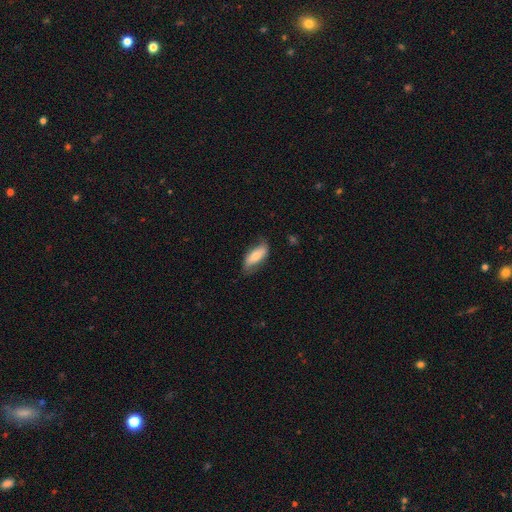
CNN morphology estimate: Smooth or featured?
  - smooth: 63% *
  - featured or disk: 31%
  - star or artifact: 6%
How rounded?
  - in between: 77% *
  - cigar-shaped: 20%
  - round: 3%
Merging?
  - none: 68% *
  - minor disturbance: 24%
  - major disturbance: 6%
  - merger: 1%